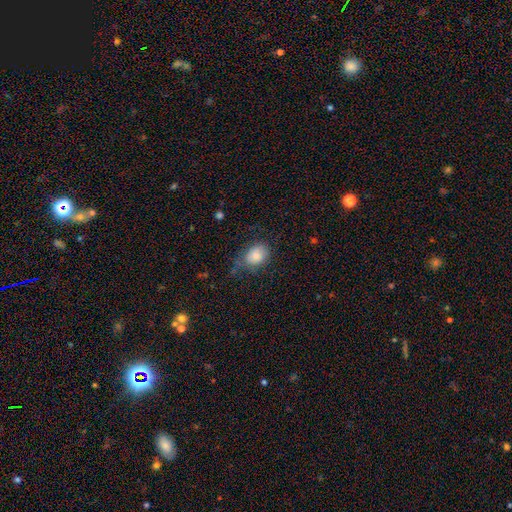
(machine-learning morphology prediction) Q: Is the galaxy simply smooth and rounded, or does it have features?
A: smooth — 82%.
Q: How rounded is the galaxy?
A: in between — 67%.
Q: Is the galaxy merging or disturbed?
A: none — 53%.